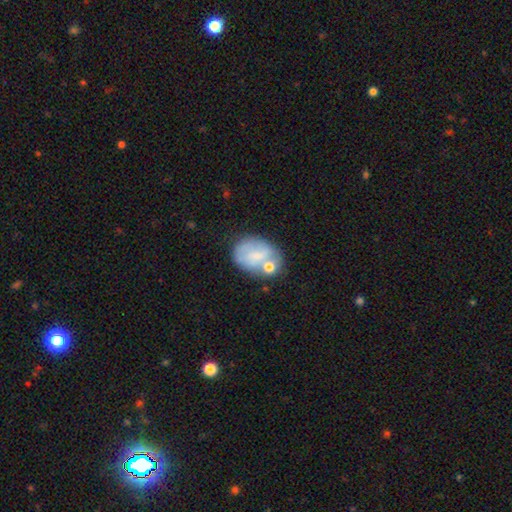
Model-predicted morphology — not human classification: Smooth or featured: smooth — 58% (featured or disk — 32%)
How rounded: in between — 61% (round — 37%)
Merging: none — 44% (merger — 23%)